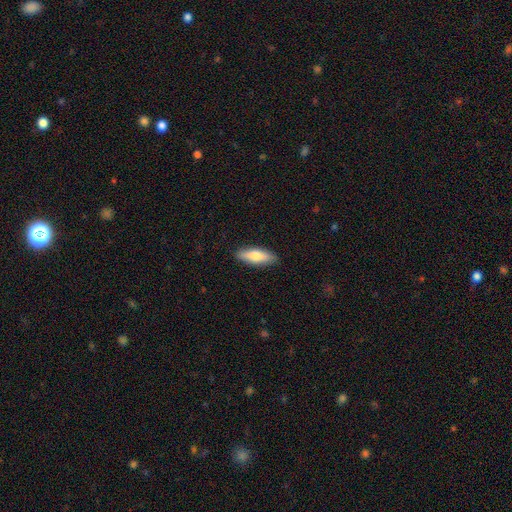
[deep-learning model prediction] A smooth galaxy with no disk features (70%) that is in between round and cigar-shaped (54%). Merging: none (88%).